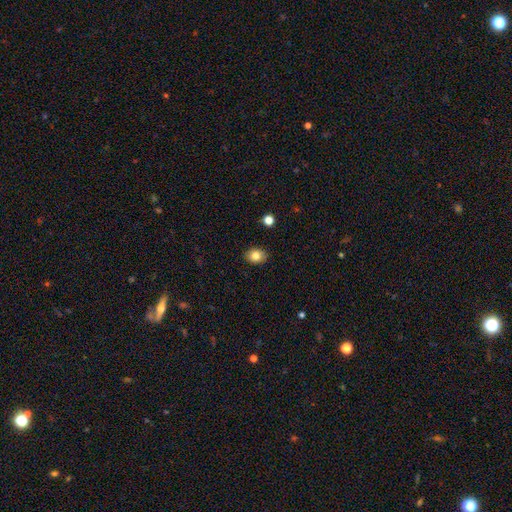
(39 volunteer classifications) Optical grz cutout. It shows a smooth galaxy with no disk features (85%) that is in between round and cigar-shaped (67%). Merging: none (86%).